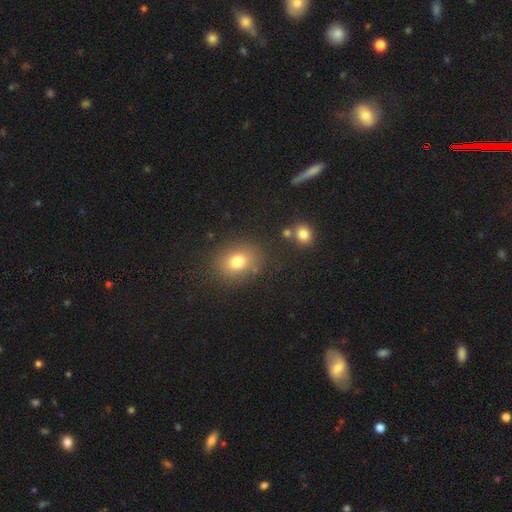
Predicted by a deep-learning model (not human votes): The model was most divided on "how rounded": round: 64%, in between: 34%, cigar-shaped: 1%. More confident: merging — none (86%); smooth or featured — smooth (64%).